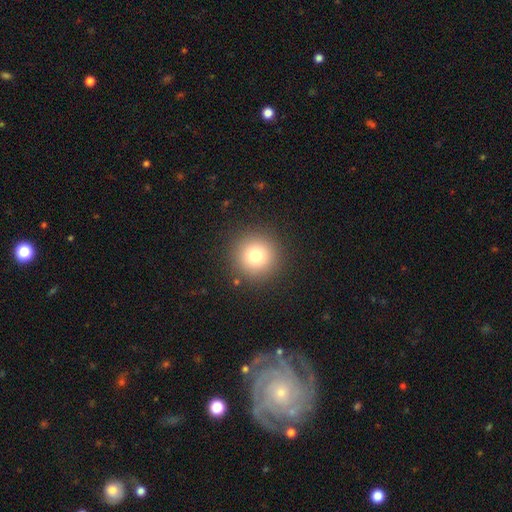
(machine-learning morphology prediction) smooth_or_featured: smooth (p=0.77) [alt: star or artifact p=0.13]
how_rounded: round (p=0.96) [alt: in between p=0.03]
merging: none (p=0.90) [alt: minor disturbance p=0.06]